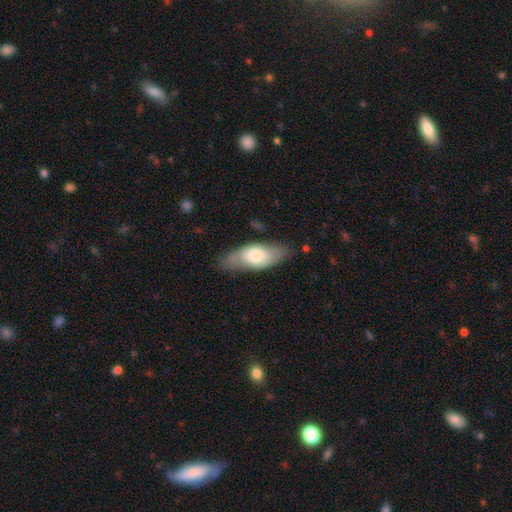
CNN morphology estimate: A smooth galaxy with no disk features (64%) that is in between round and cigar-shaped (79%).

Vote fractions:
- Smooth or featured? smooth: 64% / featured or disk: 30% / star or artifact: 6%
- How rounded? in between: 79% / cigar-shaped: 18% / round: 3%
- Merging? none: 69% / minor disturbance: 22% / major disturbance: 7% / merger: 2%